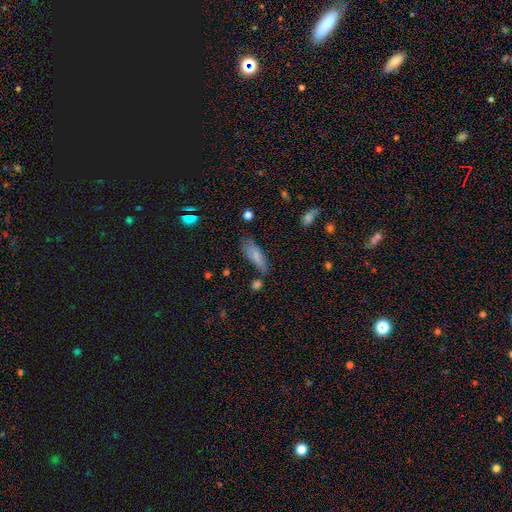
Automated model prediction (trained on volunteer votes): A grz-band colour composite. It shows a smooth galaxy with no disk features (78%) that is in between round and cigar-shaped (59%). Merging: none (61%).